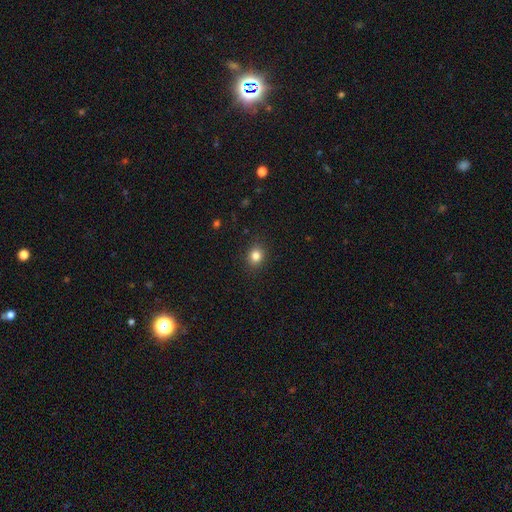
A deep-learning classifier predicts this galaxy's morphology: Smooth or featured? Predicted: smooth (p=0.83). How rounded? Predicted: round (p=0.67). Merging? Predicted: none (p=0.90).